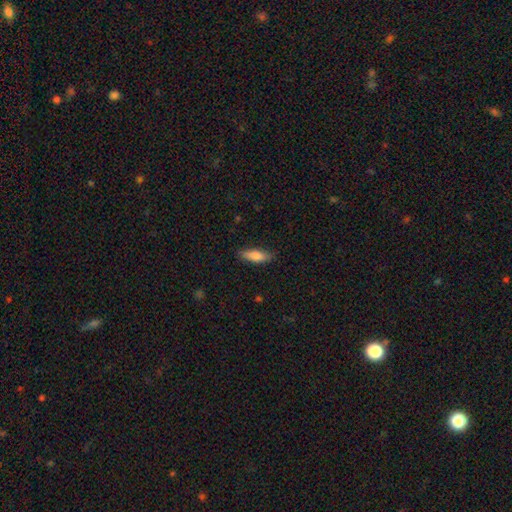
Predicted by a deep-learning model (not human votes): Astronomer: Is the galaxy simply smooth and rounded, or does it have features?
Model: smooth — 78%.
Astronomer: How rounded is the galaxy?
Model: in between — 51% (runner-up: cigar-shaped, 47%).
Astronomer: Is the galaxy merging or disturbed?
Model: none — 86%.